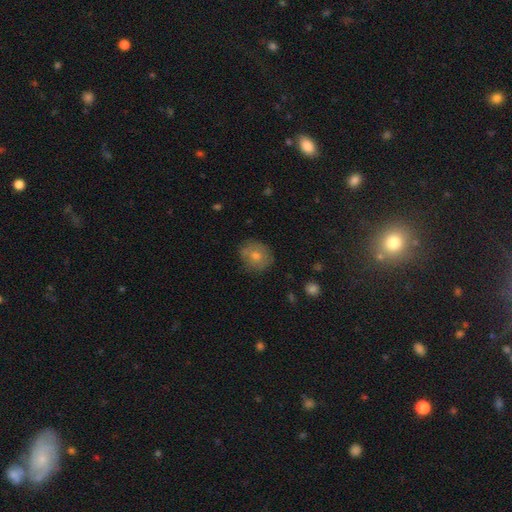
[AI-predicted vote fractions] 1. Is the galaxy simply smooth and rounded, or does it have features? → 63% smooth, 23% featured or disk, 14% star or artifact.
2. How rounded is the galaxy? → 75% round, 24% in between, 1% cigar-shaped.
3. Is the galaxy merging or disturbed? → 76% none, 17% minor disturbance, 4% major disturbance, 2% merger.